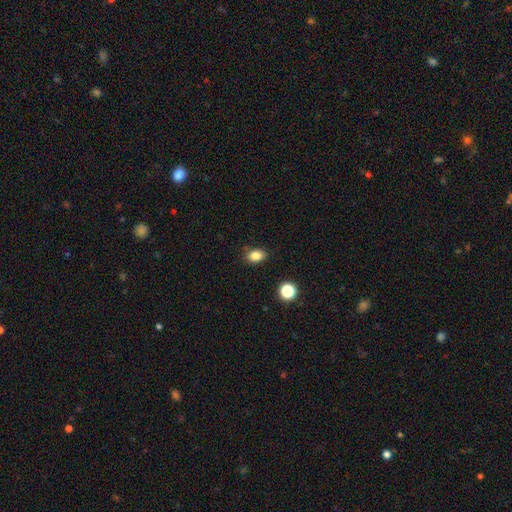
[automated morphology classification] Smooth or featured? smooth (83%)
How rounded? in between (79%)
Merging? none (83%)